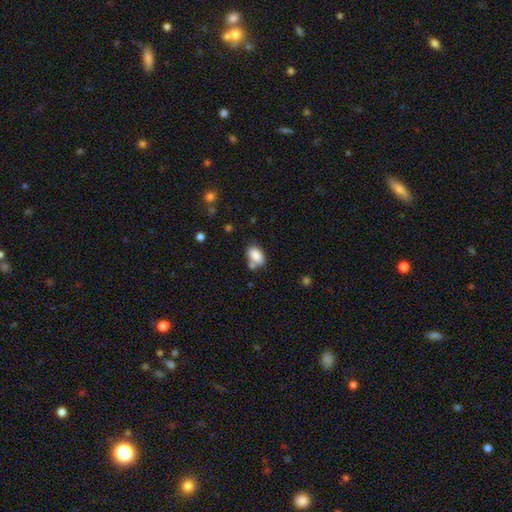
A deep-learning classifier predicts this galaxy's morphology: type=smooth (84%); roundness=in between (90%); merging=none (54%).